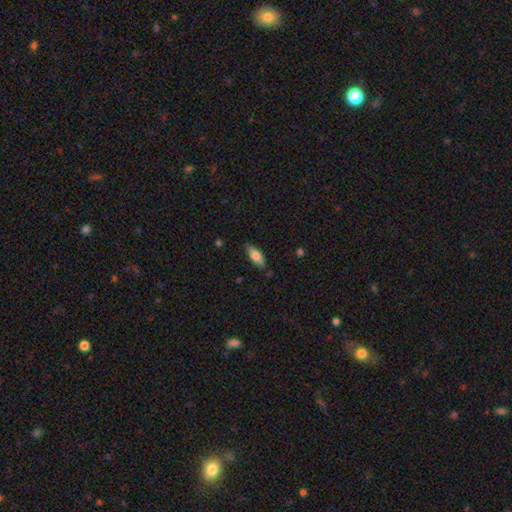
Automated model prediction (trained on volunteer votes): This is likely a smooth galaxy (74%). How rounded: likely in between (70%). Merging: clearly none (81%).